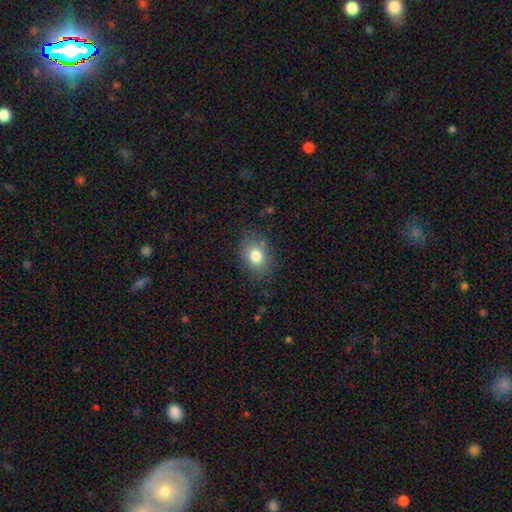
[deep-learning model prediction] The model was most divided on "how rounded": in between: 60%, round: 39%, cigar-shaped: 1%. More confident: smooth or featured — smooth (79%); merging — none (79%).